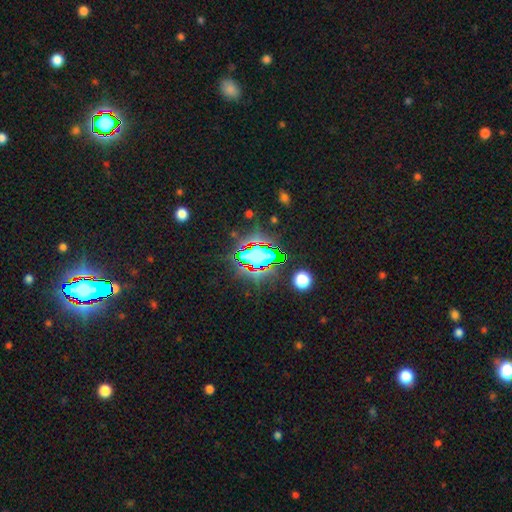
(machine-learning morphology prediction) Smooth or featured? Predicted: star or artifact (p=0.65).